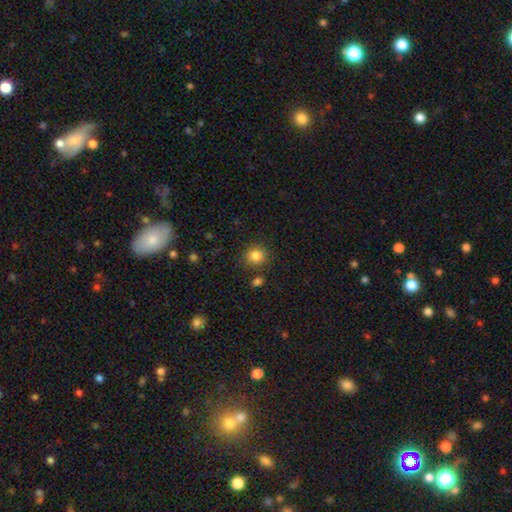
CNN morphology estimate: smooth 84%, star or artifact 11%, featured or disk 5%. Down the decision tree: how rounded — round (84%); merging — none (82%).